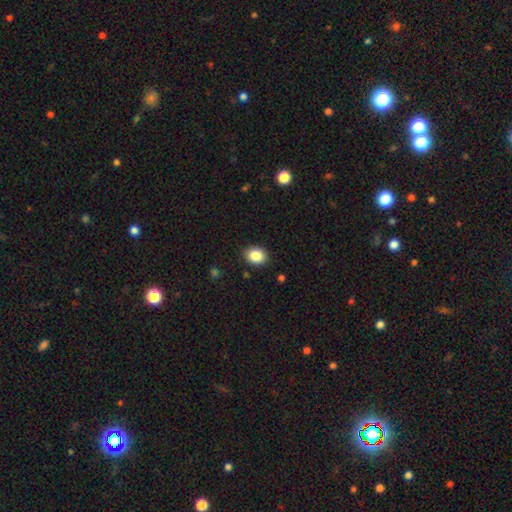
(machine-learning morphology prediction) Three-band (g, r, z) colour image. It shows a smooth galaxy with no disk features (86%) that is round (52%). Merging: none (89%).